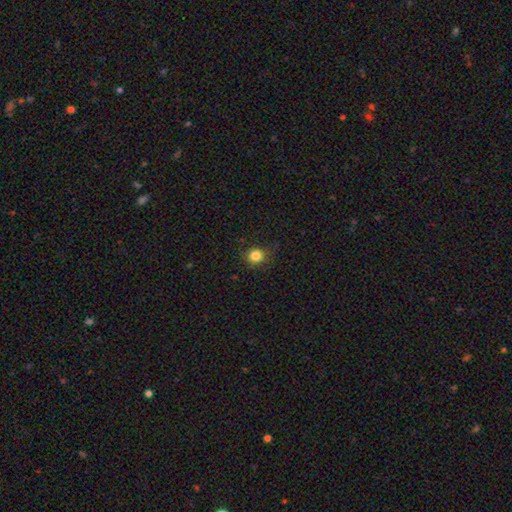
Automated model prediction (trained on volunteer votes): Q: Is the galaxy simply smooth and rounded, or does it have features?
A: smooth — 84%.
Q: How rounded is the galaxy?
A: round — 86%.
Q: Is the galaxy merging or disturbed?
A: none — 85%.